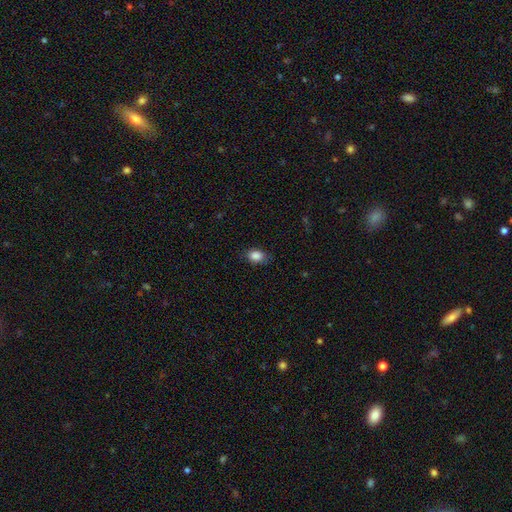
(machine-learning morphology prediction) Smooth or featured? Predicted: smooth (p=0.87). How rounded? Predicted: in between (p=0.77). Merging? Predicted: none (p=0.79).